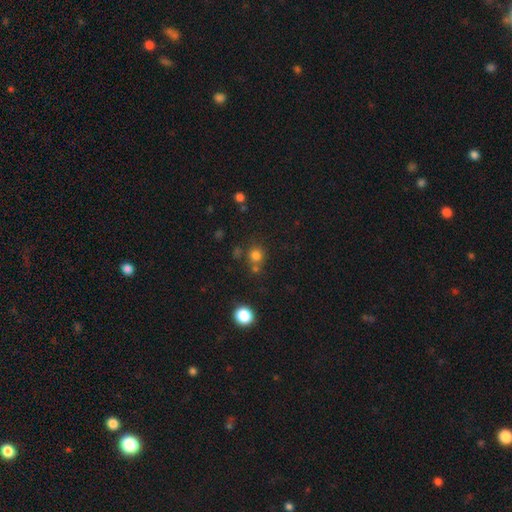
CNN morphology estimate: This appears to be a smooth galaxy with no disk features (77%) that is round (88%). Merging: none (66%).